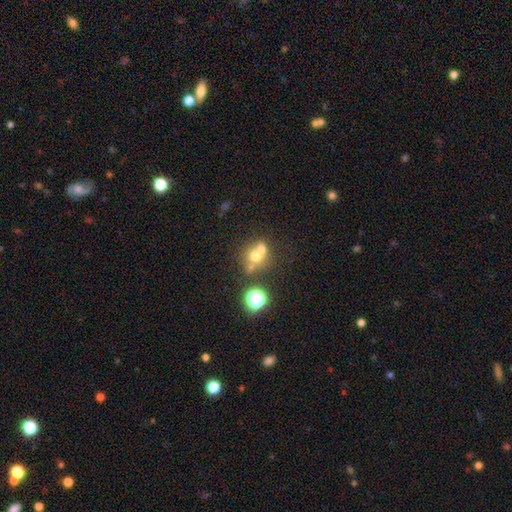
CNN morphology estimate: smooth_or_featured: smooth (p=0.60) [alt: featured or disk p=0.21]
how_rounded: round (p=0.79) [alt: in between p=0.20]
merging: merger (p=0.48) [alt: none p=0.40]